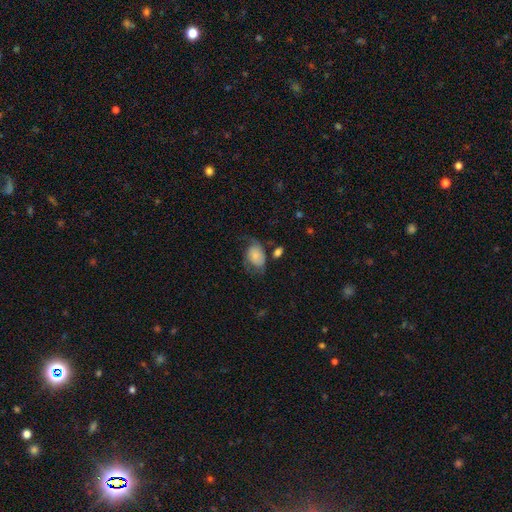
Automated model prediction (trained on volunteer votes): Smooth or featured?
  - smooth: 59% *
  - featured or disk: 33%
  - star or artifact: 8%
How rounded?
  - in between: 78% *
  - round: 20%
  - cigar-shaped: 1%
Merging?
  - none: 39% *
  - minor disturbance: 29%
  - major disturbance: 26%
  - merger: 7%